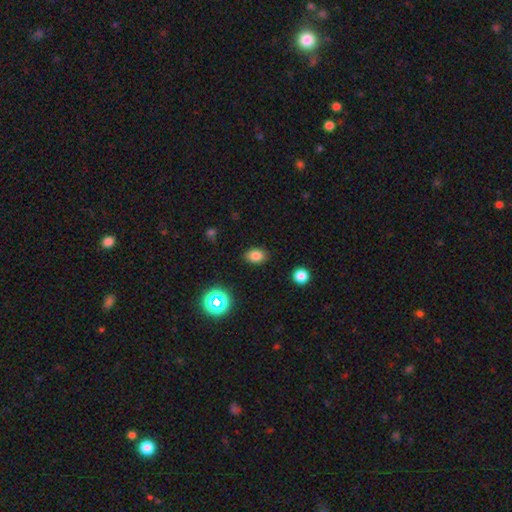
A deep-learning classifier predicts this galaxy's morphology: smooth-or-featured: smooth: 80% | star or artifact: 14% | featured or disk: 6%
  how-rounded: in between: 76% | round: 22% | cigar-shaped: 1%
  merging: none: 87% | minor disturbance: 9% | major disturbance: 3% | merger: 1%